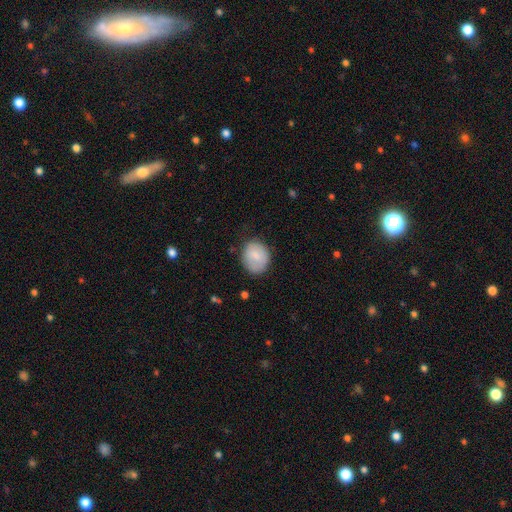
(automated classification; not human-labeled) Smooth or featured? smooth (80%)
How rounded? round (58%)
Merging? none (74%)